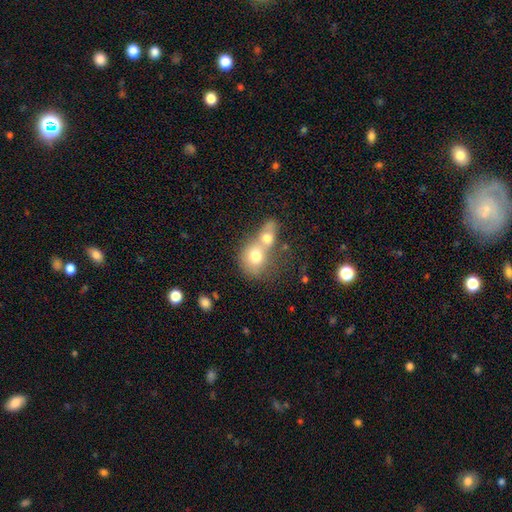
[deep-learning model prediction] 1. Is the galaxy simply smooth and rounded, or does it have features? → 69% smooth, 21% featured or disk, 10% star or artifact.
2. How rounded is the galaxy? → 63% round, 35% in between, 2% cigar-shaped.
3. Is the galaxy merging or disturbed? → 71% merger, 19% none, 6% minor disturbance, 4% major disturbance.